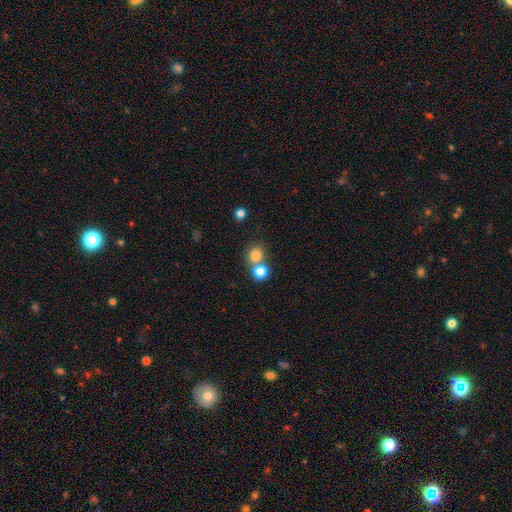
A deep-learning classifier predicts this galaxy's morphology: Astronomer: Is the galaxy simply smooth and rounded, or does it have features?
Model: smooth — 79%.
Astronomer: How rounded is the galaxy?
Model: round — 83%.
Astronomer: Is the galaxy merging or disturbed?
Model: none — 52% (runner-up: merger, 38%).